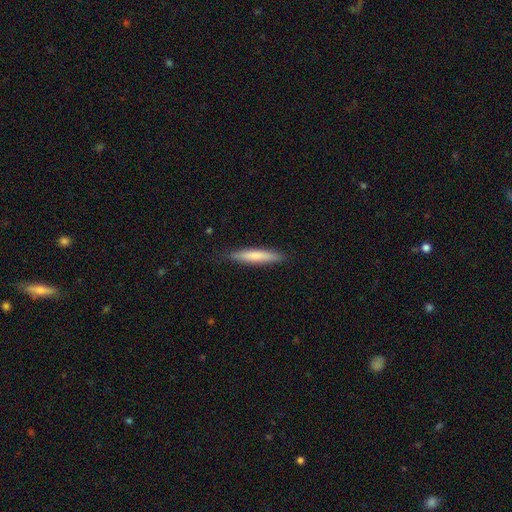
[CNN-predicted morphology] The model was most divided on "smooth or featured": smooth: 72%, featured or disk: 22%, star or artifact: 5%. More confident: how rounded — cigar-shaped (89%); merging — none (87%).